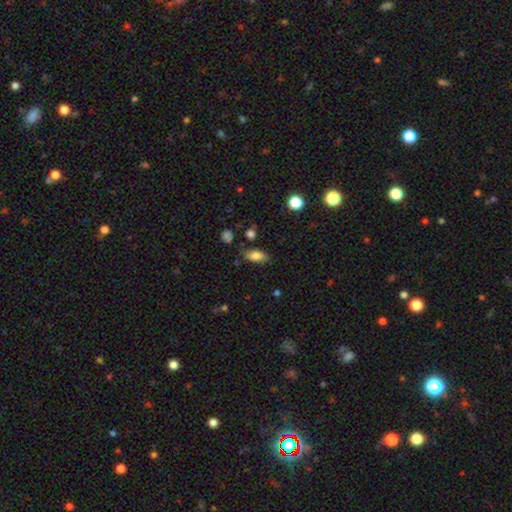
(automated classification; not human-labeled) This appears to be a smooth galaxy with no disk features (82%) that is in between round and cigar-shaped (87%). Merging: none (78%).